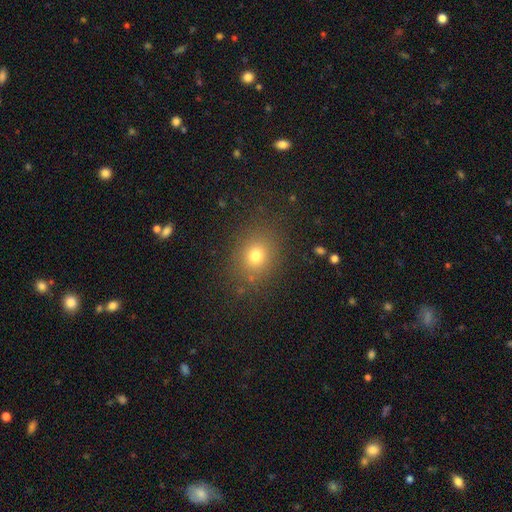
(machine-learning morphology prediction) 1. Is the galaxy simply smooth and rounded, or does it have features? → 74% smooth, 17% star or artifact, 9% featured or disk.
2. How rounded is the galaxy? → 65% round, 34% in between, 1% cigar-shaped.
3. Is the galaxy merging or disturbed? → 84% none, 10% minor disturbance, 4% major disturbance, 2% merger.